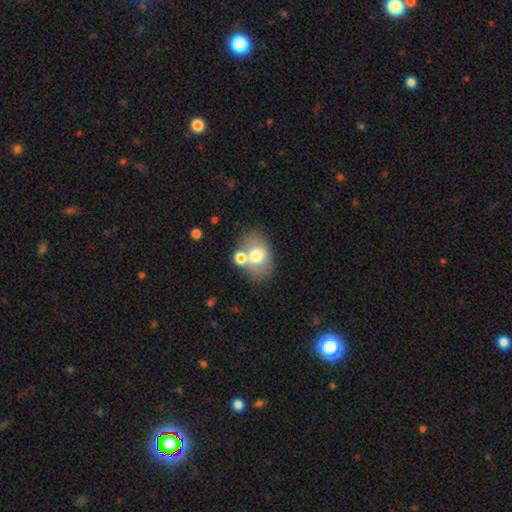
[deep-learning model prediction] A smooth galaxy with no disk features (66%) that is in between round and cigar-shaped (73%). Merging: none (55%).